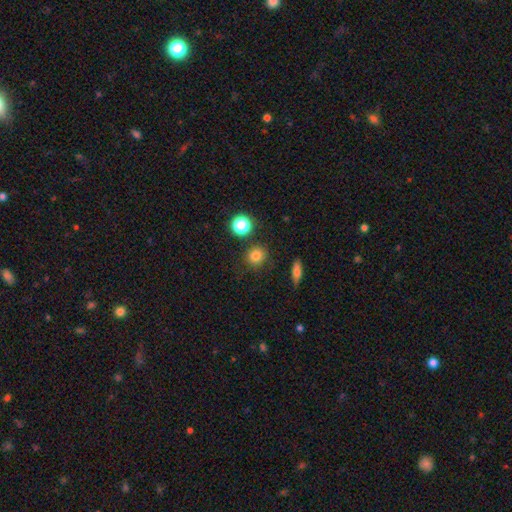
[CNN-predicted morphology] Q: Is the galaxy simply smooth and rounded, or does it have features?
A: smooth — 81%.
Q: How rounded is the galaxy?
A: round — 87%.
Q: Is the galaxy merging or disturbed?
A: none — 84%.